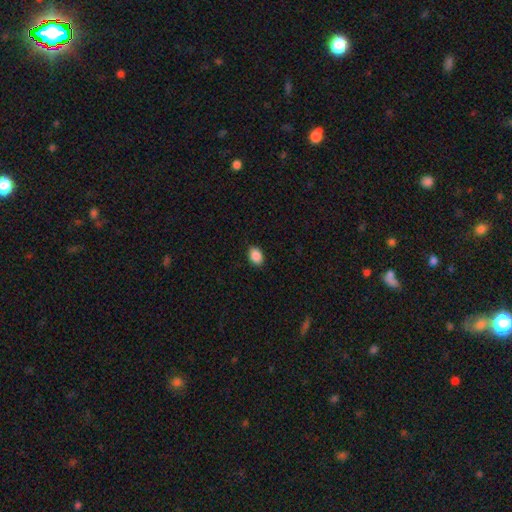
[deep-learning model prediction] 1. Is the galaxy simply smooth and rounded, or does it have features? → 89% smooth, 8% star or artifact, 3% featured or disk.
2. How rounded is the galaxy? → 77% in between, 22% round, 1% cigar-shaped.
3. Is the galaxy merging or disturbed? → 88% none, 9% minor disturbance, 2% major disturbance, 1% merger.